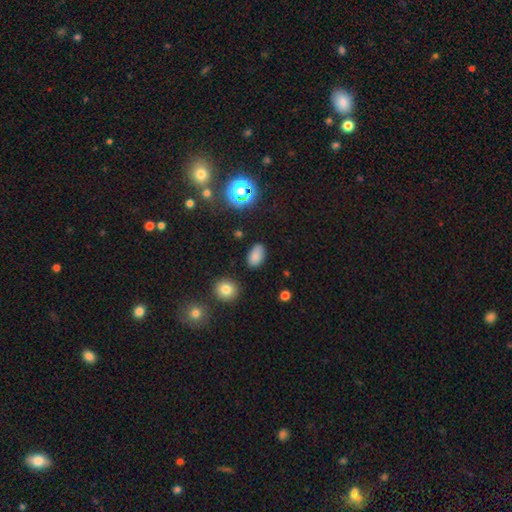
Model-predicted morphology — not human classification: type=smooth (81%); roundness=in between (91%); merging=none (83%).